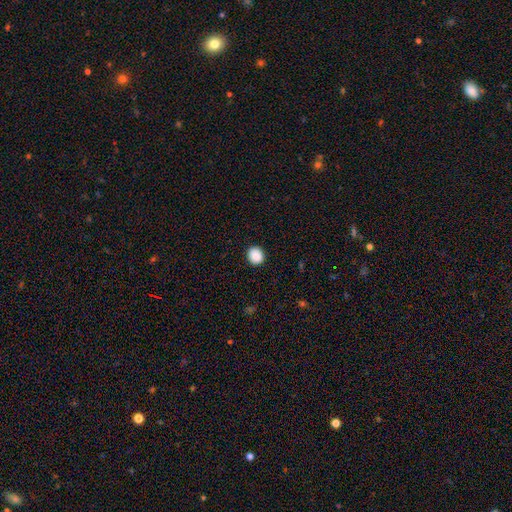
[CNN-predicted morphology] smooth-or-featured: smooth: 89% | star or artifact: 8% | featured or disk: 3%
  how-rounded: round: 70% | in between: 29% | cigar-shaped: 1%
  merging: none: 90% | minor disturbance: 7% | major disturbance: 2% | merger: 1%